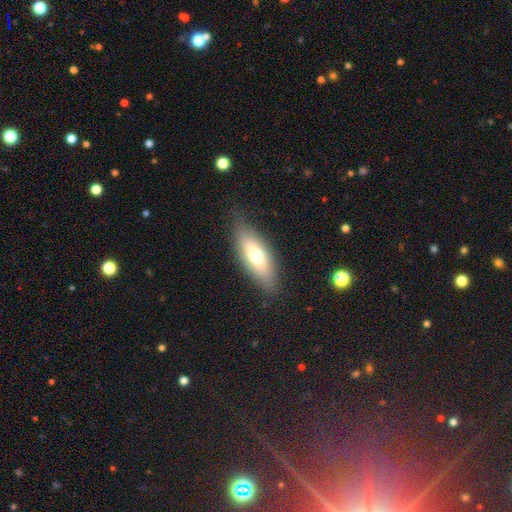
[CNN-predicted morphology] A smooth galaxy with no disk features (65%) that is in between round and cigar-shaped (65%). Merging: none (81%).